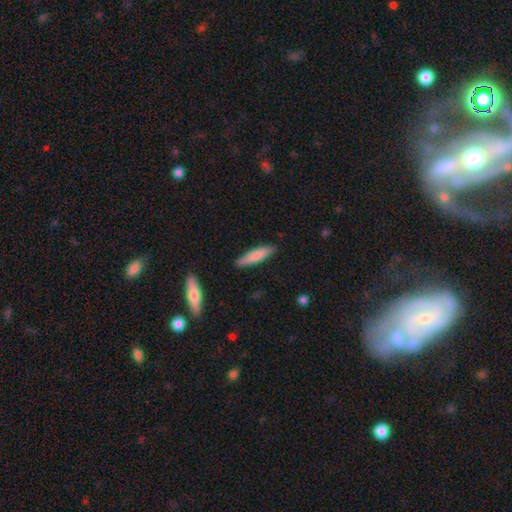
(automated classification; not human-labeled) Smooth or featured?
  - smooth: 79% *
  - featured or disk: 15%
  - star or artifact: 6%
How rounded?
  - cigar-shaped: 78% *
  - in between: 21%
  - round: 1%
Merging?
  - none: 86% *
  - minor disturbance: 11%
  - major disturbance: 2%
  - merger: 2%